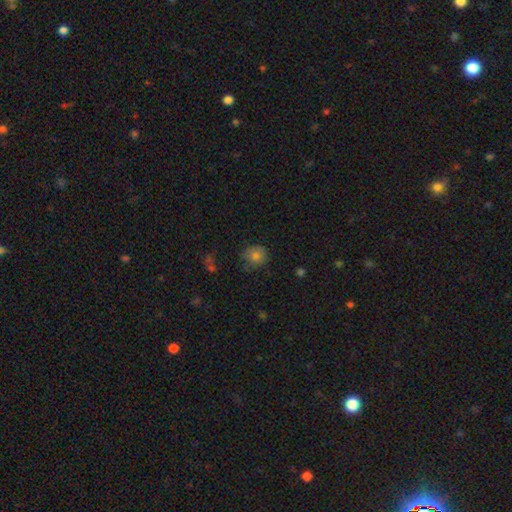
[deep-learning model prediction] smooth-or-featured: smooth: 79% | star or artifact: 11% | featured or disk: 10%
  how-rounded: round: 82% | in between: 17% | cigar-shaped: 1%
  merging: none: 70% | minor disturbance: 22% | major disturbance: 5% | merger: 2%